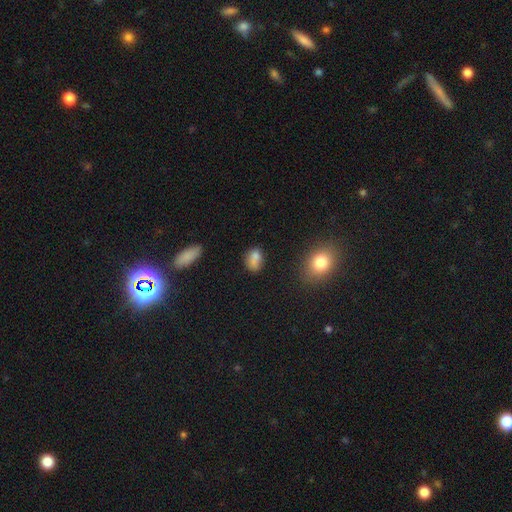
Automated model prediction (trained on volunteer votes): A smooth galaxy with no disk features (72%) that is in between round and cigar-shaped (76%). Merging: none (72%).